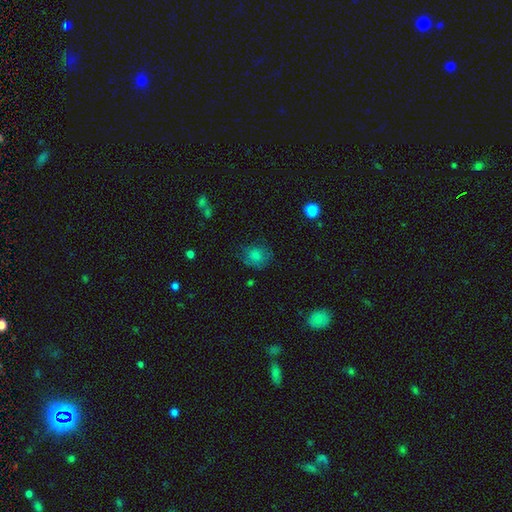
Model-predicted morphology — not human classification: A smooth galaxy with no disk features (79%) that is round (72%).

Vote fractions:
- Smooth or featured? smooth: 79% / featured or disk: 11% / star or artifact: 11%
- How rounded? round: 72% / in between: 27% / cigar-shaped: 1%
- Merging? none: 64% / minor disturbance: 24% / major disturbance: 10% / merger: 2%